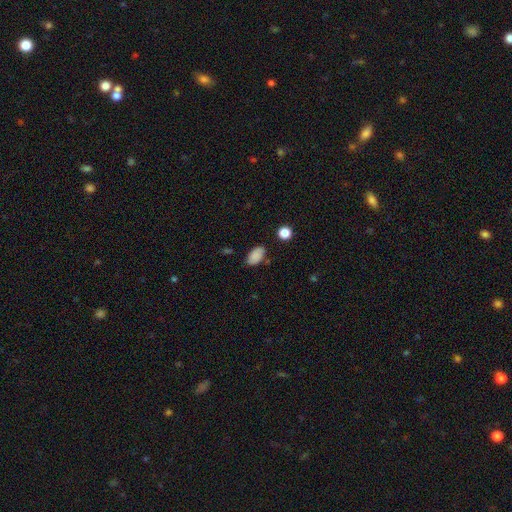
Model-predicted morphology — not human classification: Overall: smooth (87%). How rounded: in between (93%). Merging: none (78%).